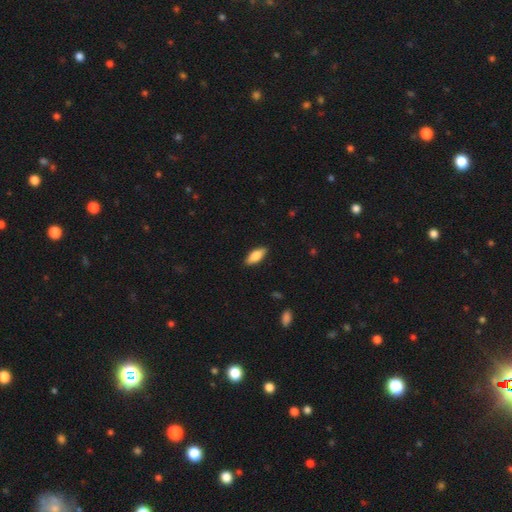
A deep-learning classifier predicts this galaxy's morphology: A smooth galaxy with no disk features (77%) that is in between round and cigar-shaped (77%).

Vote fractions:
- Smooth or featured? smooth: 77% / featured or disk: 17% / star or artifact: 6%
- How rounded? in between: 77% / cigar-shaped: 21% / round: 2%
- Merging? none: 88% / minor disturbance: 9% / major disturbance: 2% / merger: 1%